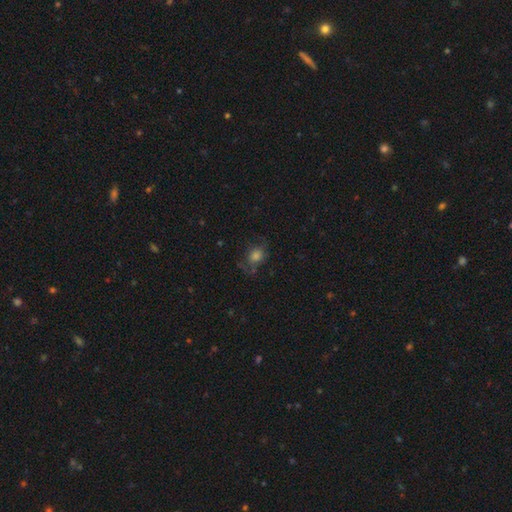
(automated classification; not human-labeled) The model was most divided on "how rounded": round: 61%, in between: 37%, cigar-shaped: 2%. More confident: merging — none (59%); smooth or featured — smooth (58%).